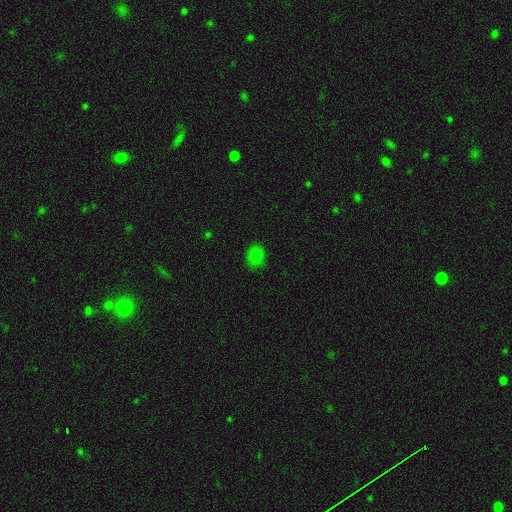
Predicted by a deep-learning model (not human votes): Overall: smooth (81%). How rounded: round (56%; in between 43%). Merging: none (83%).